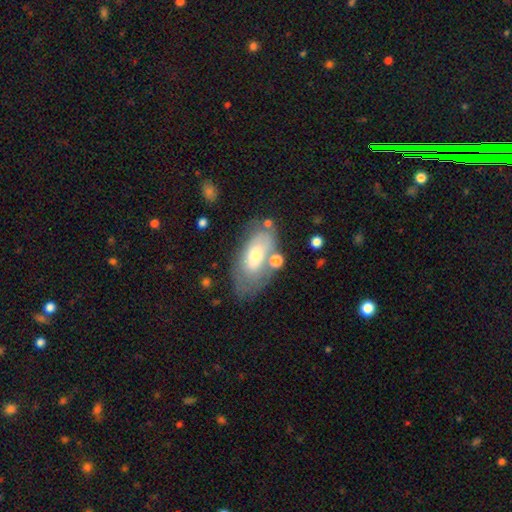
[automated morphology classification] Smooth or featured?
  - smooth: 54% *
  - featured or disk: 39%
  - star or artifact: 7%
How rounded?
  - in between: 90% *
  - cigar-shaped: 6%
  - round: 4%
Merging?
  - none: 58% *
  - minor disturbance: 22%
  - major disturbance: 10%
  - merger: 9%